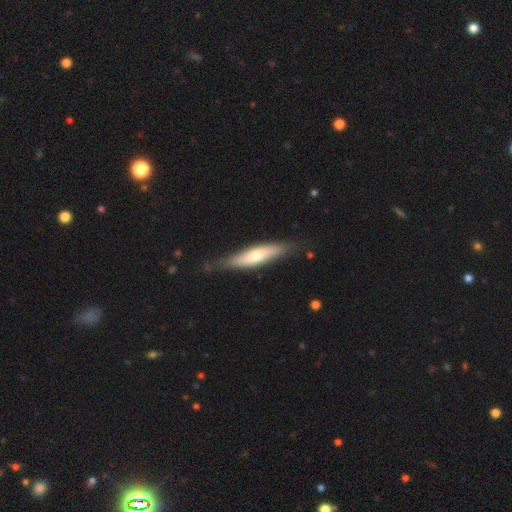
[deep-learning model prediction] smooth_or_featured: smooth (p=0.54) [alt: featured or disk p=0.41]
how_rounded: cigar-shaped (p=0.77) [alt: in between p=0.22]
merging: none (p=0.74) [alt: minor disturbance p=0.20]